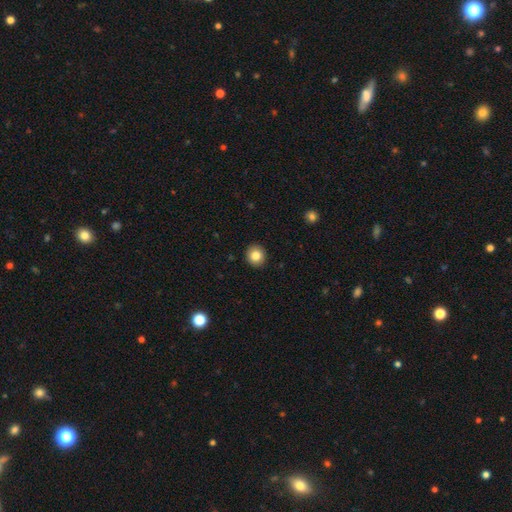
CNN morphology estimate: smooth 83%, star or artifact 10%, featured or disk 7%. Down the decision tree: how rounded — round (90%); merging — none (93%).